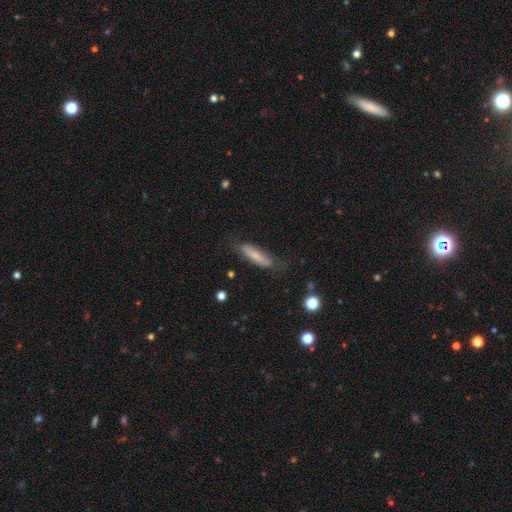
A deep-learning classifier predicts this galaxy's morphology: Smooth or featured? Predicted: smooth (p=0.64). How rounded? Predicted: cigar-shaped (p=0.67). Merging? Predicted: none (p=0.68).